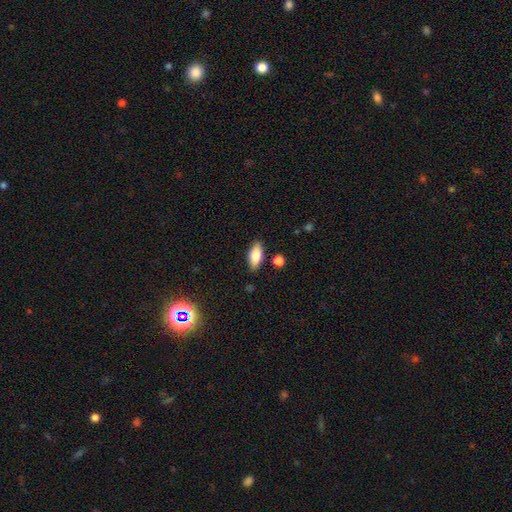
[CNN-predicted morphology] A smooth galaxy with no disk features (77%) that is in between round and cigar-shaped (82%). Merging: none (84%).